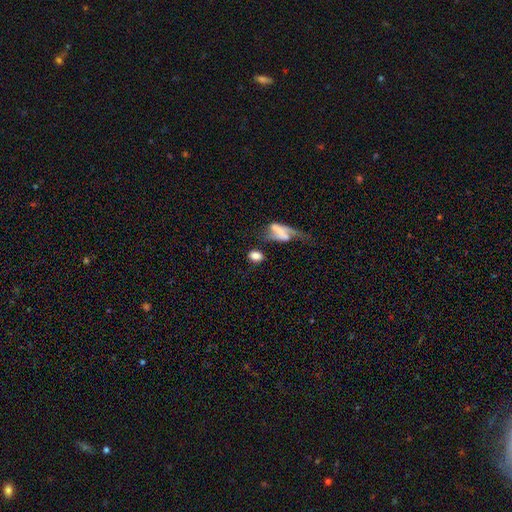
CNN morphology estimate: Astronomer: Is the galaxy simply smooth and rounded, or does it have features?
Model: smooth — 76%.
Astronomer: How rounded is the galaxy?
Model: in between — 76%.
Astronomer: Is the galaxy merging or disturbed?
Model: none — 52%.